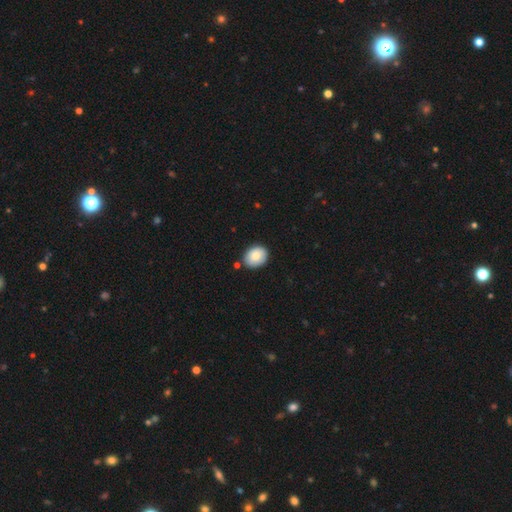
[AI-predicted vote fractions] A smooth galaxy with no disk features (83%) that is in between round and cigar-shaped (64%). Merging: none (79%).